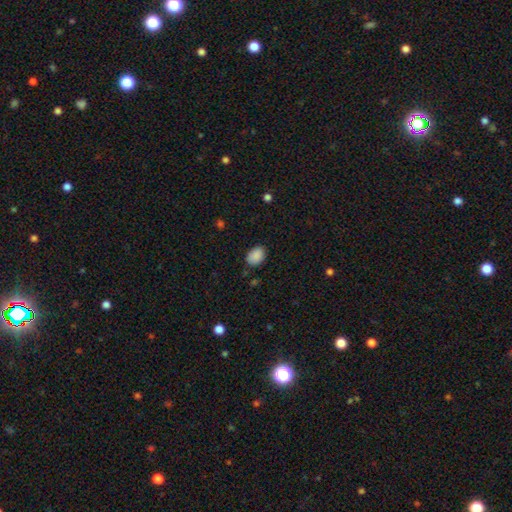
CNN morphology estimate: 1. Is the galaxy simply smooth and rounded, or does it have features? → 88% smooth, 8% star or artifact, 4% featured or disk.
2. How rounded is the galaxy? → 75% in between, 24% round, 1% cigar-shaped.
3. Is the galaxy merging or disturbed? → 79% none, 16% minor disturbance, 3% major disturbance, 2% merger.